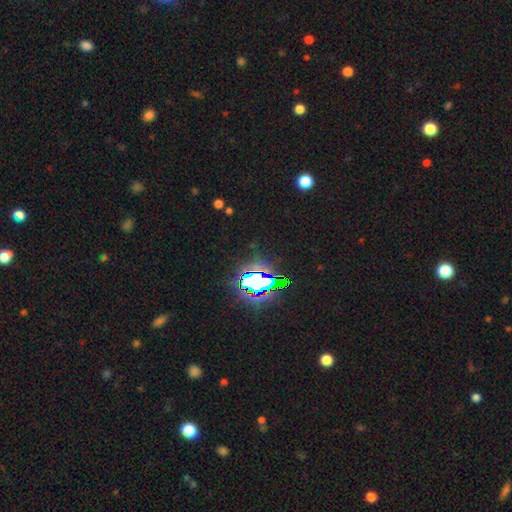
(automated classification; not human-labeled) Smooth or featured: star or artifact — 80% (smooth — 12%)